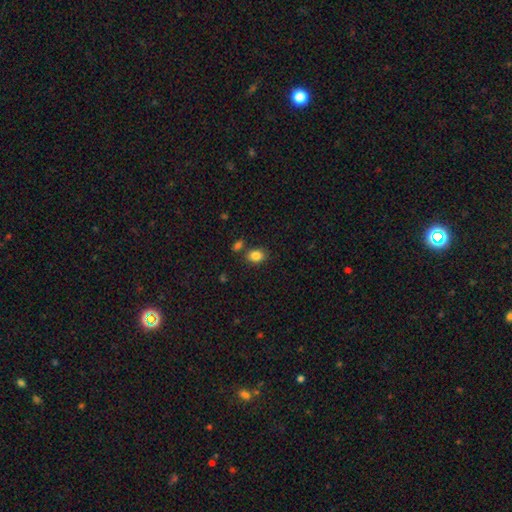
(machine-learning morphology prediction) smooth-or-featured: smooth: 85% | star or artifact: 10% | featured or disk: 5%
  how-rounded: in between: 65% | round: 34% | cigar-shaped: 1%
  merging: none: 75% | minor disturbance: 11% | merger: 11% | major disturbance: 3%